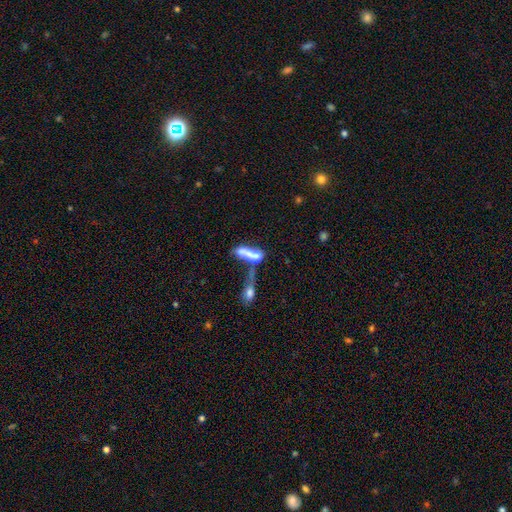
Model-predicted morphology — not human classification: This appears to be a smooth galaxy with no disk features (54%) that is in between round and cigar-shaped (52%). Merging: merger (66%).